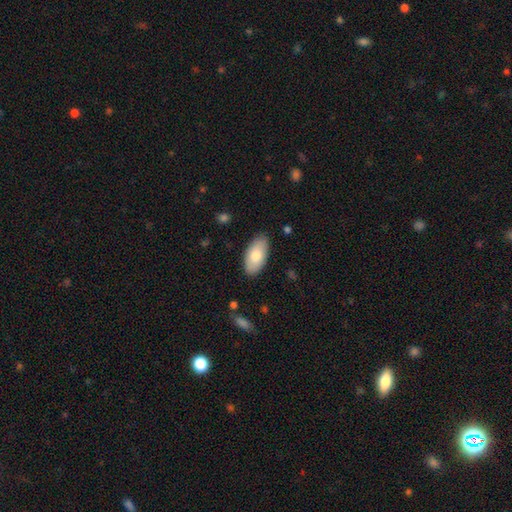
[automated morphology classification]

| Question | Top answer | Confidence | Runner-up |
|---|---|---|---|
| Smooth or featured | smooth | 78% | featured or disk (16%) |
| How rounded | in between | 94% | cigar-shaped (3%) |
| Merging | none | 86% | minor disturbance (11%) |